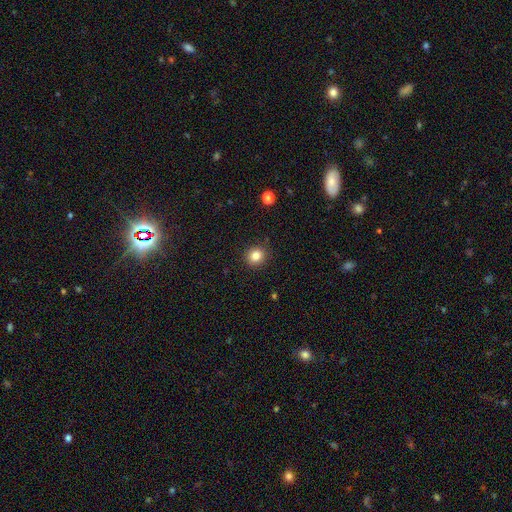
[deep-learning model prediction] Smooth or featured?
  - smooth: 83% *
  - star or artifact: 11%
  - featured or disk: 6%
How rounded?
  - round: 84% *
  - in between: 15%
  - cigar-shaped: 1%
Merging?
  - none: 90% *
  - minor disturbance: 7%
  - major disturbance: 2%
  - merger: 1%